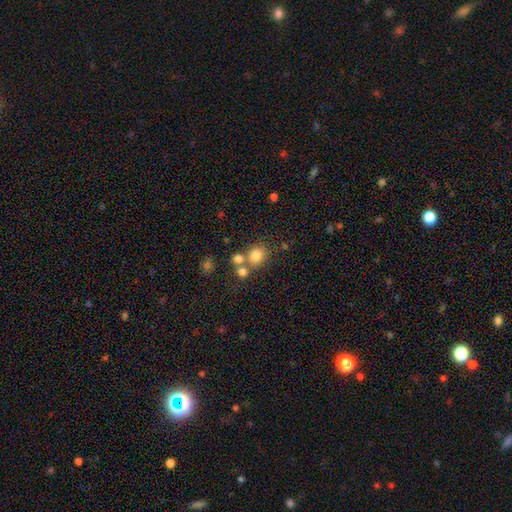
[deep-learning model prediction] smooth 77%, star or artifact 14%, featured or disk 9%. Down the decision tree: how rounded — round (70%); merging — none (56%).